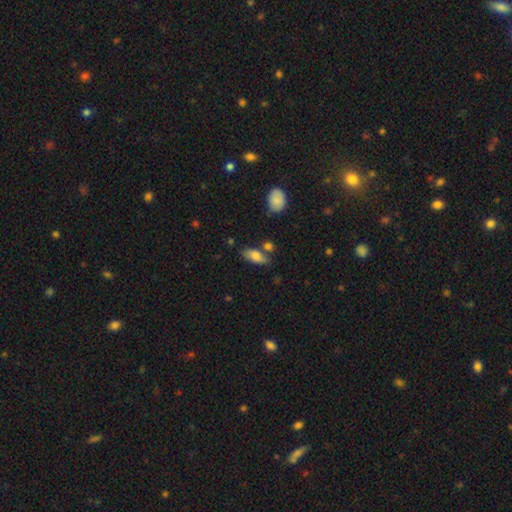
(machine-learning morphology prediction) Smooth or featured? smooth (79%)
How rounded? in between (84%)
Merging? none (66%)